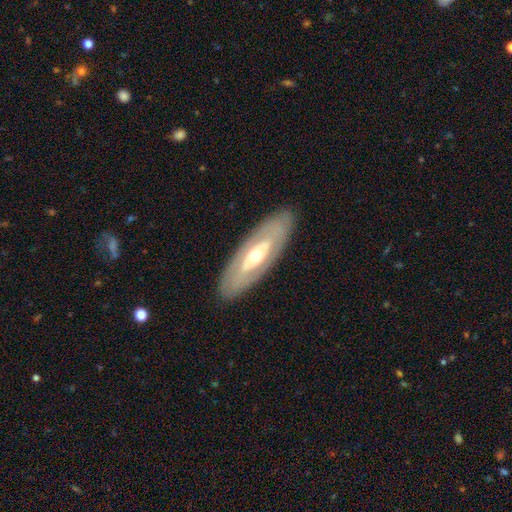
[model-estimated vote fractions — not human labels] Smooth or featured?
  - featured or disk: 67% *
  - smooth: 28%
  - star or artifact: 5%
Edge-on disk?
  - no: 76% *
  - yes: 24%
Bar?
  - no: 71% *
  - weak: 18%
  - strong: 11%
Spiral arms?
  - no: 77% *
  - yes: 23%
Bulge size?
  - moderate: 71% *
  - small: 18%
  - large: 9%
  - dominant: 1%
  - none: 1%
Merging?
  - none: 87% *
  - minor disturbance: 9%
  - major disturbance: 3%
  - merger: 1%